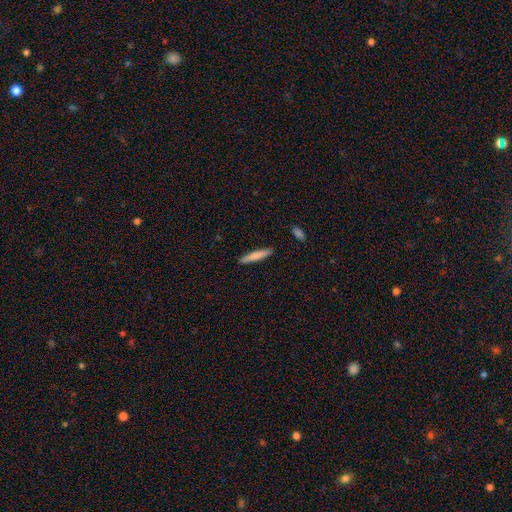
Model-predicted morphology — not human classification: This appears to be a smooth galaxy with no disk features (76%) that is cigar-shaped (93%). Merging: none (90%).